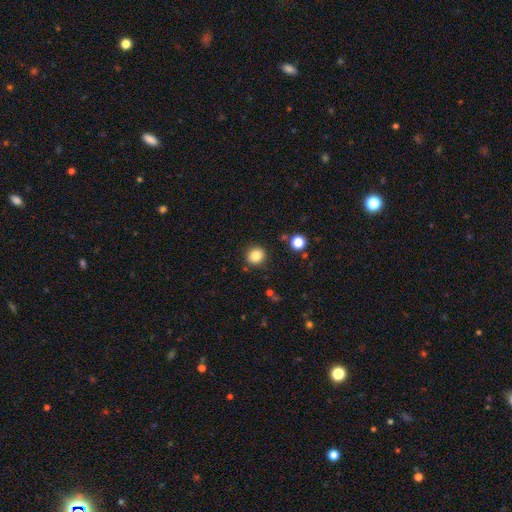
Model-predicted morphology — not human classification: smooth 84%, star or artifact 11%, featured or disk 5%. Down the decision tree: how rounded — round (88%); merging — none (88%).